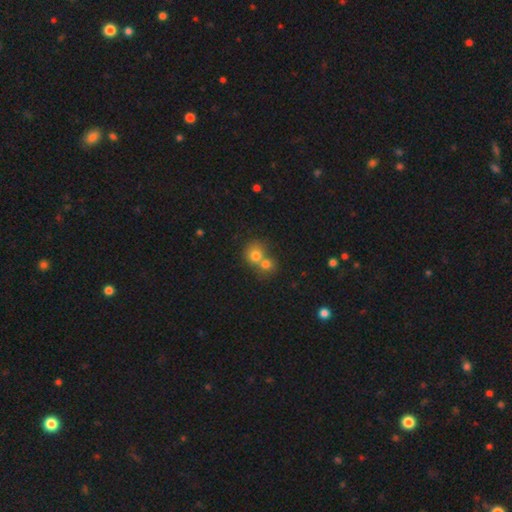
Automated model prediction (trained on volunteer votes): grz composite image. It shows a smooth galaxy with no disk features (75%) that is round (78%). Merging: merger (62%).